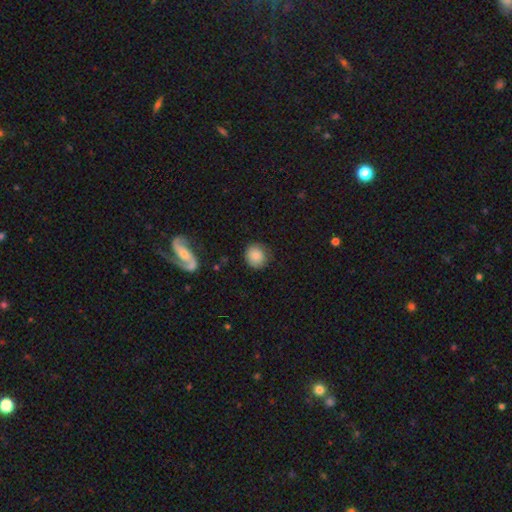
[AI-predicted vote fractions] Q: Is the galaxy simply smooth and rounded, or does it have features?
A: smooth — 82%.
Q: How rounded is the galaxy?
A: round — 86%.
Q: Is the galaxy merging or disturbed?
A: none — 82%.